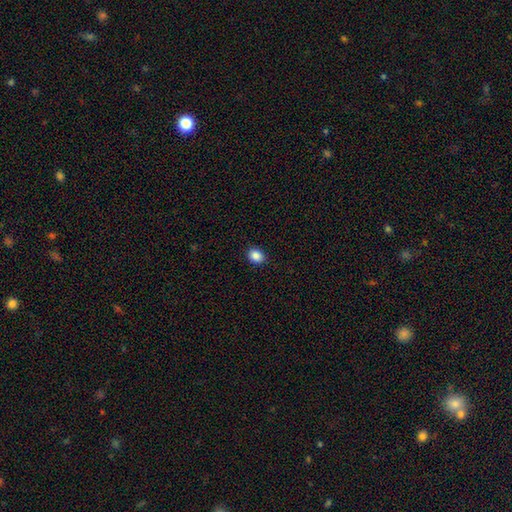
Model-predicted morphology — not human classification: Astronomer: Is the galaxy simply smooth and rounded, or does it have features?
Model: smooth — 87%.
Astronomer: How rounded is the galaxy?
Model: round — 50% (runner-up: in between, 49%).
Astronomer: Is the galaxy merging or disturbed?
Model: none — 91%.